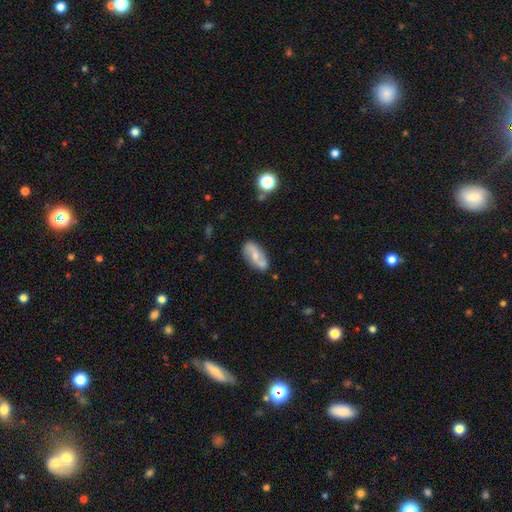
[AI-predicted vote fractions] A featured or disk galaxy (52%).

Vote fractions:
- Smooth or featured? featured or disk: 52% / smooth: 41% / star or artifact: 7%
- Edge-on disk? no: 91% / yes: 9%
- Merging? none: 70% / minor disturbance: 18% / merger: 8% / major disturbance: 4%